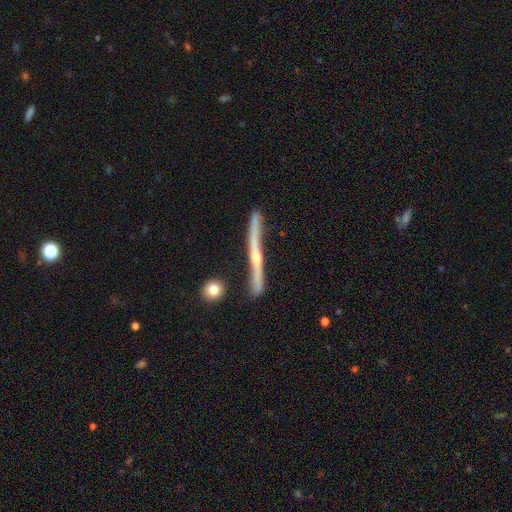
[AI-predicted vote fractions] The model was most divided on "edge-on bulge": rounded: 60%, none: 34%, boxy: 6%. More confident: edge-on disk — yes (94%); merging — none (79%); smooth or featured — featured or disk (76%).